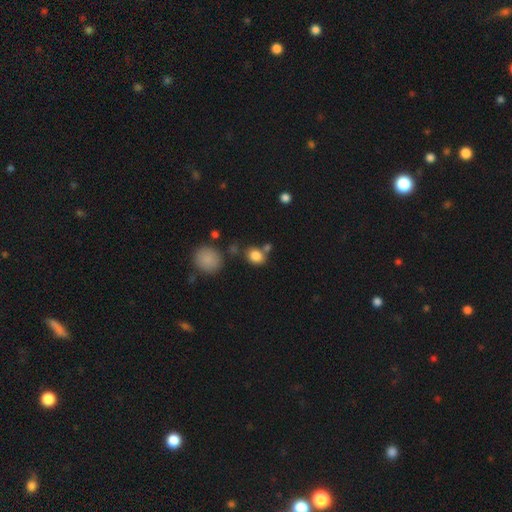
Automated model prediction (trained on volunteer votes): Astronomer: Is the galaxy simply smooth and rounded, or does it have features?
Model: smooth — 83%.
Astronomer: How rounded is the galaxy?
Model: round — 53% (runner-up: in between, 46%).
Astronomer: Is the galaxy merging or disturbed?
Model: none — 65%.